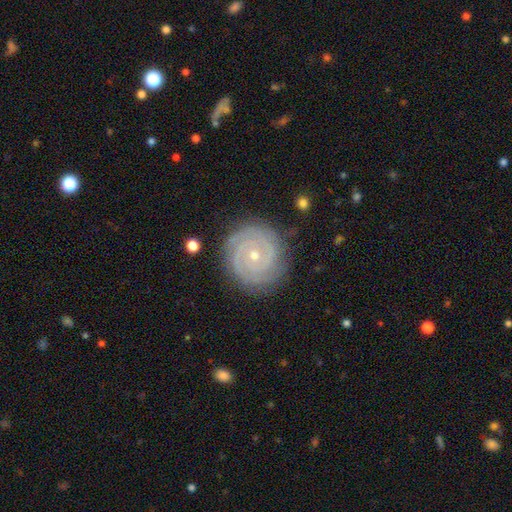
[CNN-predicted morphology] Q: Smooth or featured?
A: featured or disk (90%); runner-up: star or artifact (5%)
Q: Edge-on disk?
A: no (98%); runner-up: yes (2%)
Q: Bar?
A: no (73%); runner-up: weak (19%)
Q: Spiral arms?
A: yes (98%); runner-up: no (2%)
Q: Spiral winding?
A: tight (87%); runner-up: medium (12%)
Q: Spiral arm count?
A: 2 (68%); runner-up: 3 (14%)
Q: Bulge size?
A: small (70%); runner-up: moderate (27%)
Q: Merging?
A: none (86%); runner-up: minor disturbance (10%)